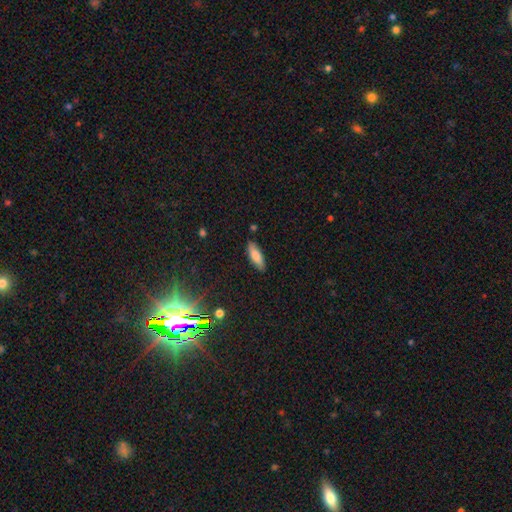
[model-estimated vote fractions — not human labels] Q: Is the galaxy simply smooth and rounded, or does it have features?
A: smooth — 80%.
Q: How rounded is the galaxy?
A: in between — 54%.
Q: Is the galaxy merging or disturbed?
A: none — 86%.